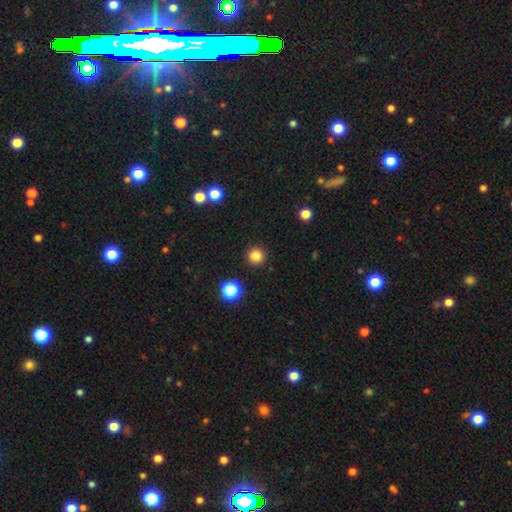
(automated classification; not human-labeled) This is clearly a smooth galaxy (83%). How rounded: clearly round (95%). Merging: clearly none (92%).